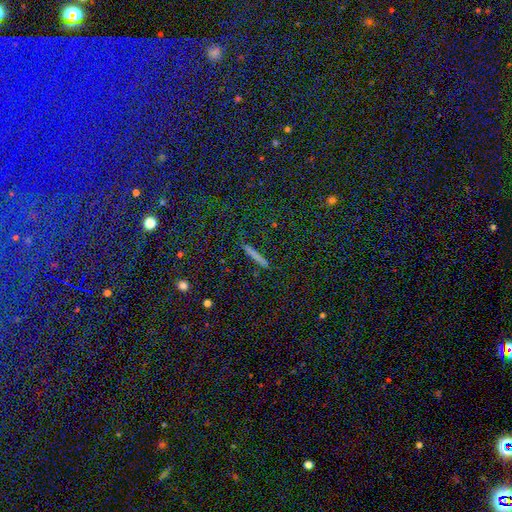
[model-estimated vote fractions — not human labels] A smooth galaxy with no disk features (60%) that is cigar-shaped (90%).

Vote fractions:
- Smooth or featured? smooth: 60% / star or artifact: 20% / featured or disk: 20%
- How rounded? cigar-shaped: 90% / in between: 5% / round: 4%
- Merging? none: 88% / minor disturbance: 8% / major disturbance: 2% / merger: 2%